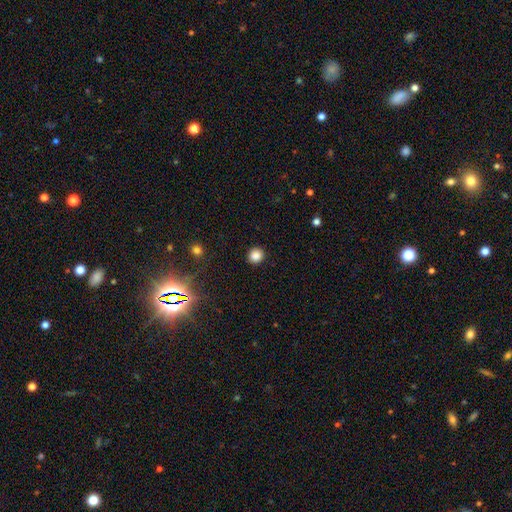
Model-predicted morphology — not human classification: This appears to be a smooth galaxy with no disk features (84%) that is round (90%). Merging: none (92%).